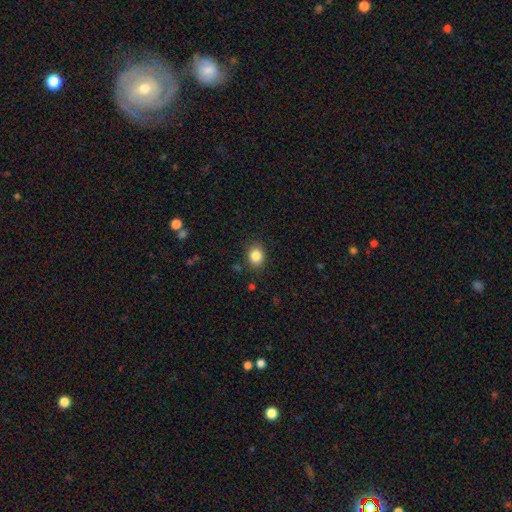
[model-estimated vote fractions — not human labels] smooth_or_featured: smooth (p=0.85) [alt: star or artifact p=0.10]
how_rounded: round (p=0.53) [alt: in between p=0.46]
merging: none (p=0.85) [alt: minor disturbance p=0.10]